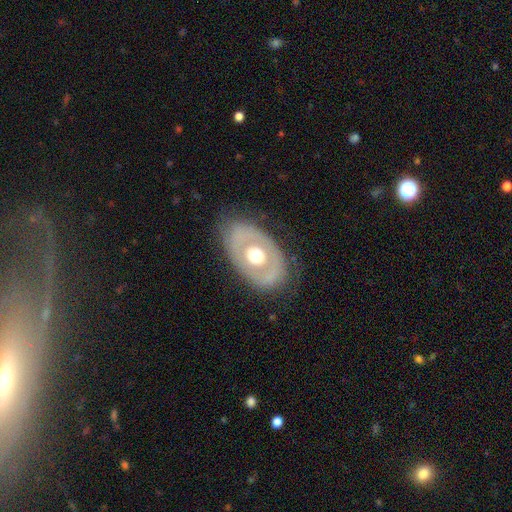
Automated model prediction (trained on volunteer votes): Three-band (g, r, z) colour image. It shows a featured or disk galaxy (54%). Merging: none (74%).